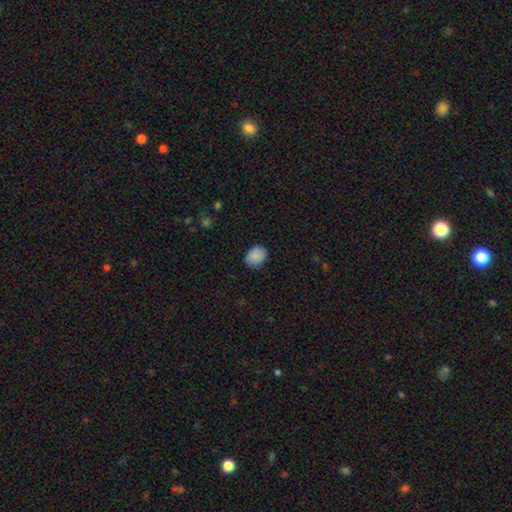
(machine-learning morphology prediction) type=smooth (88%); roundness=in between (50%); merging=none (83%).